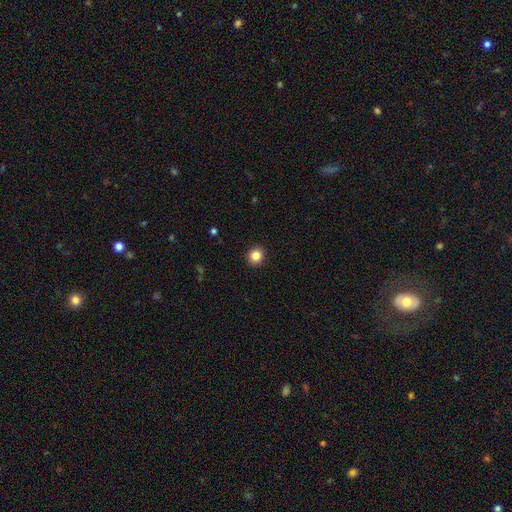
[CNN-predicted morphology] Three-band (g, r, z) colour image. It shows a smooth galaxy with no disk features (85%) that is round (87%). Merging: none (93%).